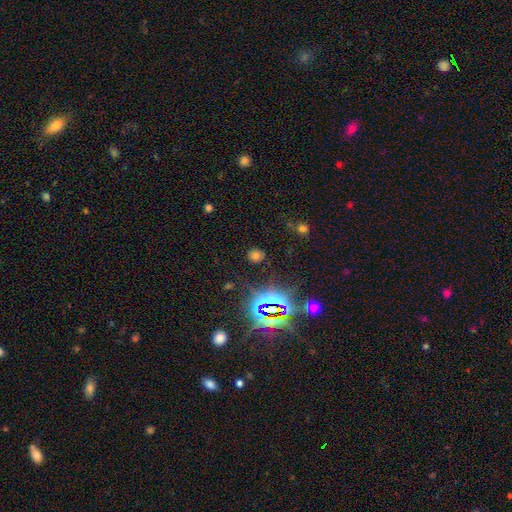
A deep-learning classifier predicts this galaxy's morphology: smooth_or_featured: smooth (p=0.57) [alt: star or artifact p=0.35]
how_rounded: round (p=0.70) [alt: in between p=0.28]
merging: none (p=0.85) [alt: minor disturbance p=0.09]